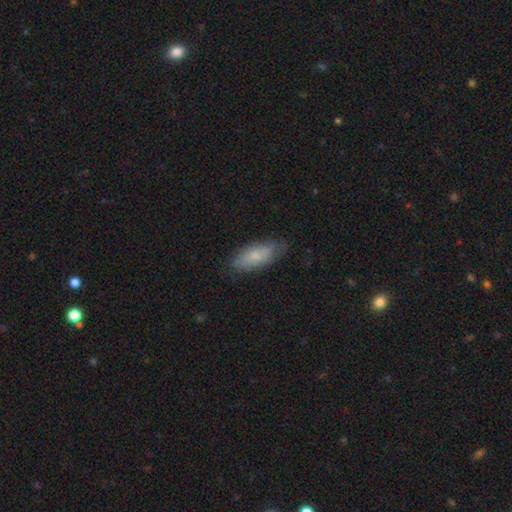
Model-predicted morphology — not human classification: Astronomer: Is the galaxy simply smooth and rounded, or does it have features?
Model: smooth — 76%.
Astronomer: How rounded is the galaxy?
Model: in between — 76%.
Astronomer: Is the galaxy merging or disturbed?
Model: none — 74%.